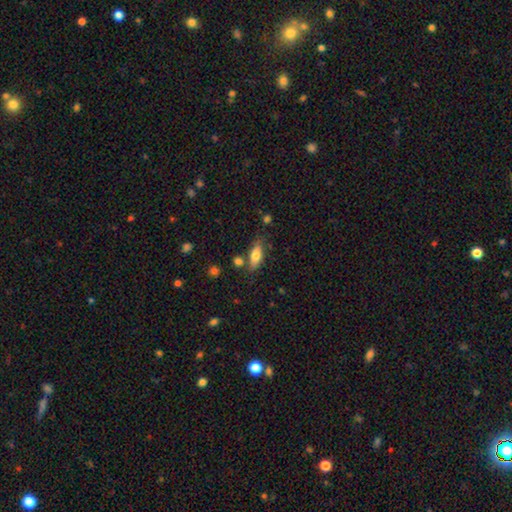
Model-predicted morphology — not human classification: Q: Smooth or featured?
A: smooth (73%); runner-up: featured or disk (20%)
Q: How rounded?
A: in between (73%); runner-up: cigar-shaped (24%)
Q: Merging?
A: none (70%); runner-up: minor disturbance (17%)